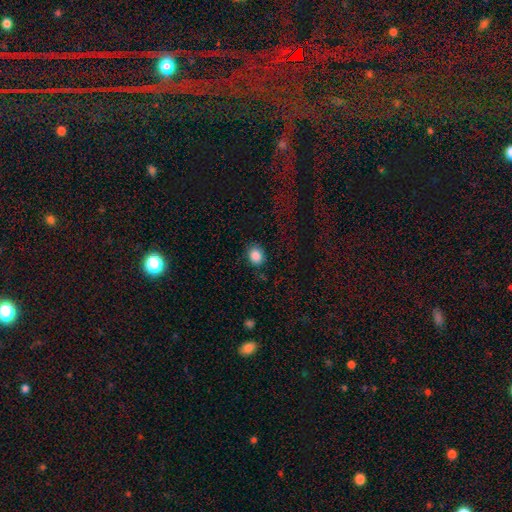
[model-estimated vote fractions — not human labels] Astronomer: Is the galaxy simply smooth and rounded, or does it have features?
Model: smooth — 87%.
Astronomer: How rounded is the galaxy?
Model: round — 60% (runner-up: in between, 39%).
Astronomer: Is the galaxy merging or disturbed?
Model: none — 84%.